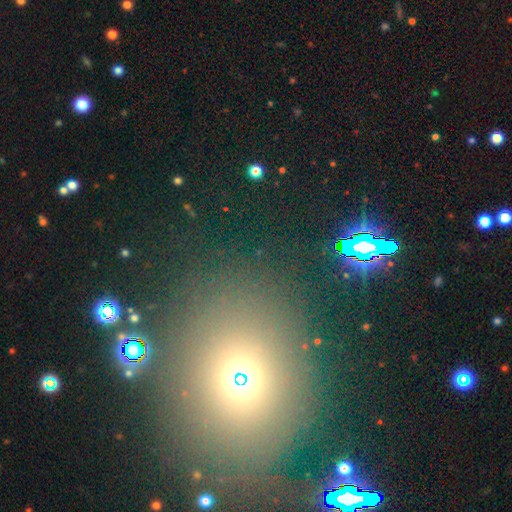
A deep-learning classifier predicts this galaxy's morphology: A star or artifact, not a galaxy (56%).